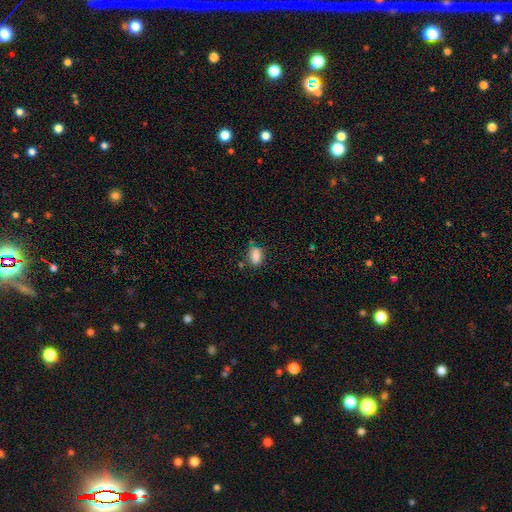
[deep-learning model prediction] Q: Smooth or featured?
A: smooth (85%); runner-up: star or artifact (9%)
Q: How rounded?
A: in between (85%); runner-up: round (9%)
Q: Merging?
A: none (72%); runner-up: minor disturbance (19%)